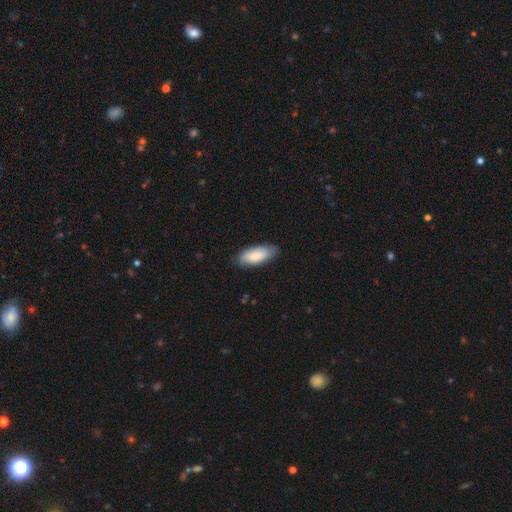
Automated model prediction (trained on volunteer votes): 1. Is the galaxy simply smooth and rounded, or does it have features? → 81% smooth, 14% featured or disk, 5% star or artifact.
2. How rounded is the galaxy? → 83% in between, 16% cigar-shaped, 2% round.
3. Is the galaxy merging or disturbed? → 80% none, 16% minor disturbance, 3% major disturbance, 1% merger.